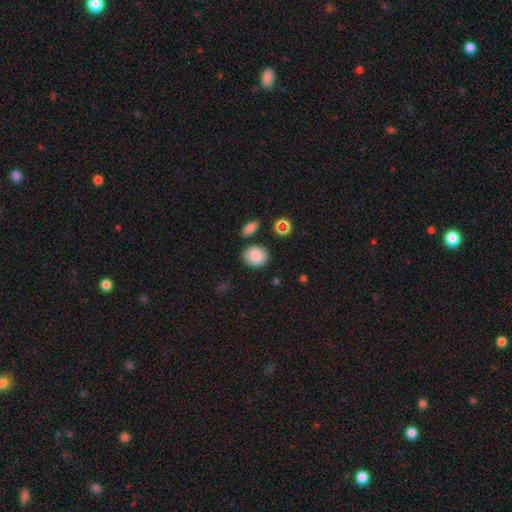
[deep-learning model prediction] A smooth galaxy with no disk features (84%) that is round (64%).

Vote fractions:
- Smooth or featured? smooth: 84% / star or artifact: 9% / featured or disk: 7%
- How rounded? round: 64% / in between: 35% / cigar-shaped: 1%
- Merging? none: 80% / minor disturbance: 12% / merger: 5% / major disturbance: 3%